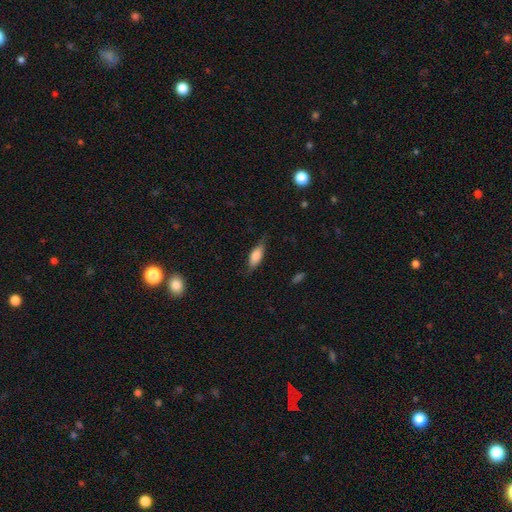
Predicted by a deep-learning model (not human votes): smooth_or_featured: smooth (p=0.72) [alt: featured or disk p=0.21]
how_rounded: in between (p=0.72) [alt: cigar-shaped p=0.25]
merging: none (p=0.69) [alt: minor disturbance p=0.24]